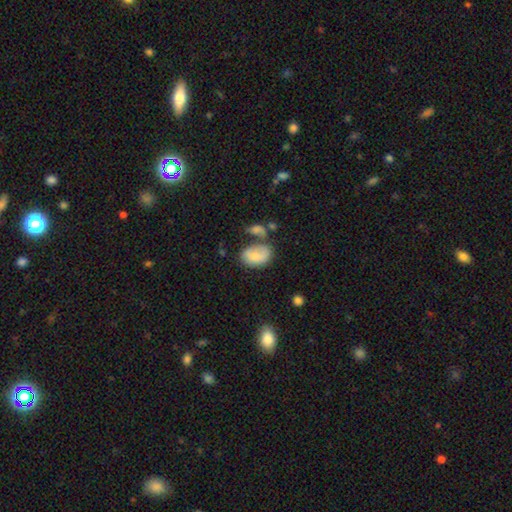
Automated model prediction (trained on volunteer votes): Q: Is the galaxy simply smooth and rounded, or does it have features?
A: smooth — 72%.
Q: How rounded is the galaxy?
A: in between — 86%.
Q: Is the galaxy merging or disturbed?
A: none — 39%.